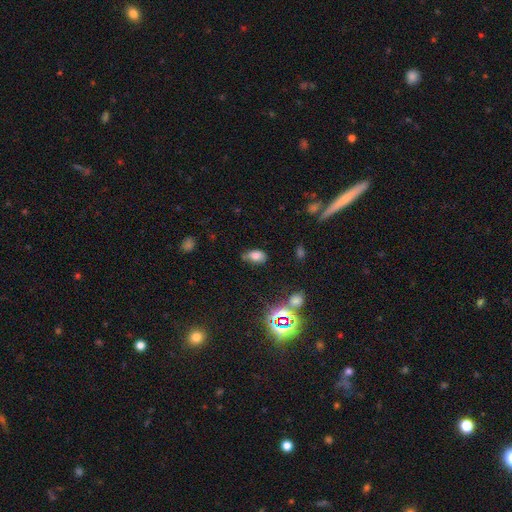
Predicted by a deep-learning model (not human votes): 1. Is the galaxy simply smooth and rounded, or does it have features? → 72% smooth, 17% star or artifact, 11% featured or disk.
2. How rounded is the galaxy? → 89% in between, 9% round, 2% cigar-shaped.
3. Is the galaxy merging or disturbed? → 57% none, 30% minor disturbance, 8% major disturbance, 5% merger.